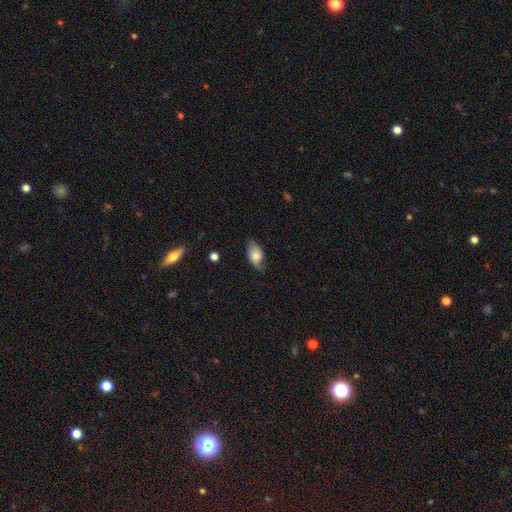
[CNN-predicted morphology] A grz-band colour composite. It shows a smooth galaxy with no disk features (67%) that is in between round and cigar-shaped (89%). Merging: none (63%).